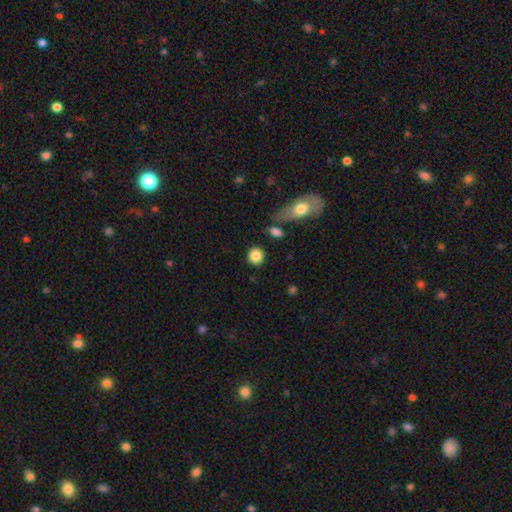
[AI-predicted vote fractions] A smooth galaxy with no disk features (86%) that is round (87%). Merging: none (84%).